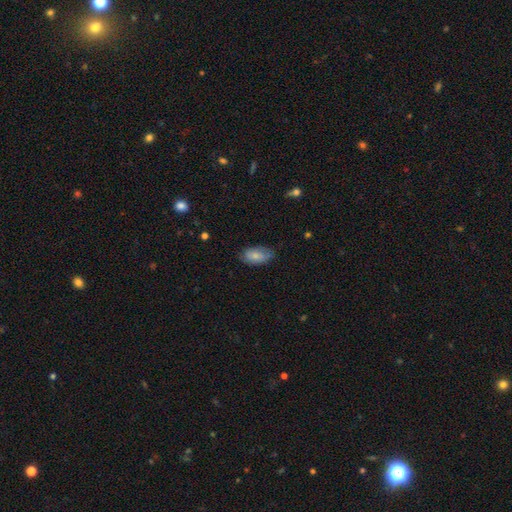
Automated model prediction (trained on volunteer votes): smooth 75%, featured or disk 19%, star or artifact 7%. Down the decision tree: how rounded — in between (93%); merging — none (69%).